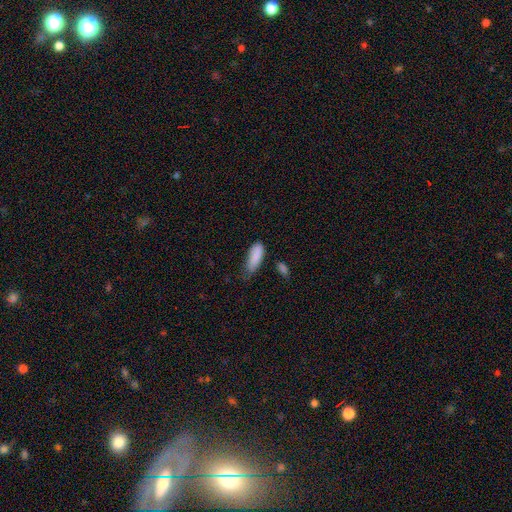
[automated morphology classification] A smooth galaxy with no disk features (86%) that is in between round and cigar-shaped (72%).

Vote fractions:
- Smooth or featured? smooth: 86% / star or artifact: 7% / featured or disk: 7%
- How rounded? in between: 72% / cigar-shaped: 26% / round: 2%
- Merging? none: 48% / minor disturbance: 38% / major disturbance: 9% / merger: 4%